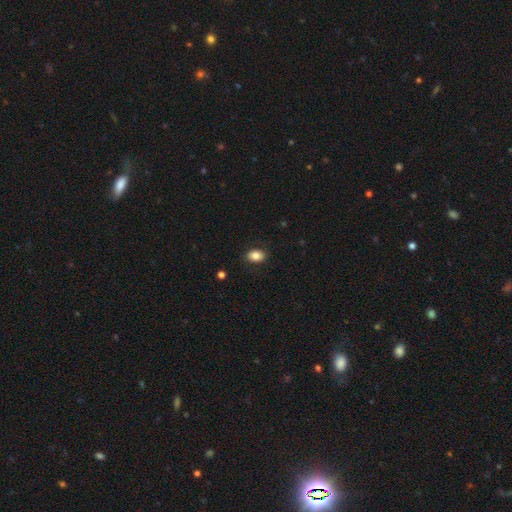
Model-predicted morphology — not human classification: Q: Smooth or featured?
A: smooth (84%); runner-up: star or artifact (9%)
Q: How rounded?
A: in between (81%); runner-up: round (18%)
Q: Merging?
A: none (87%); runner-up: minor disturbance (10%)